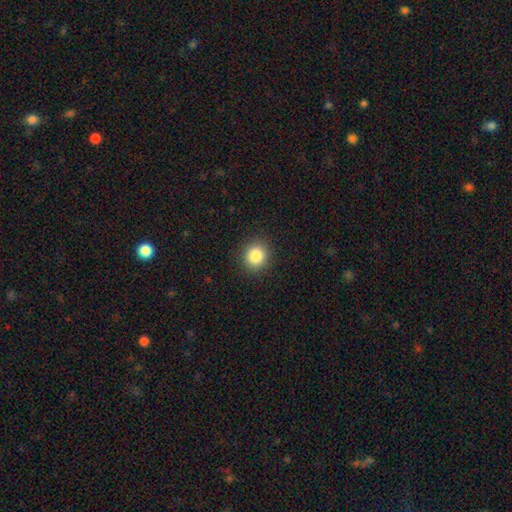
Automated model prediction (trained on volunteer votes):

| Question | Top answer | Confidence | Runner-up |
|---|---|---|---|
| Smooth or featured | smooth | 85% | star or artifact (10%) |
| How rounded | round | 87% | in between (12%) |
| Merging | none | 91% | minor disturbance (6%) |